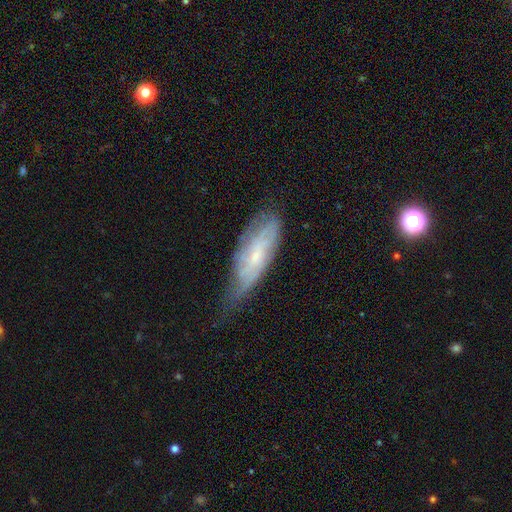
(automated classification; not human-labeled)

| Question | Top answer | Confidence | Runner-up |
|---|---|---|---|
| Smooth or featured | featured or disk | 62% | smooth (31%) |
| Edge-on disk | no | 79% | yes (21%) |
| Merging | none | 49% | minor disturbance (37%) |